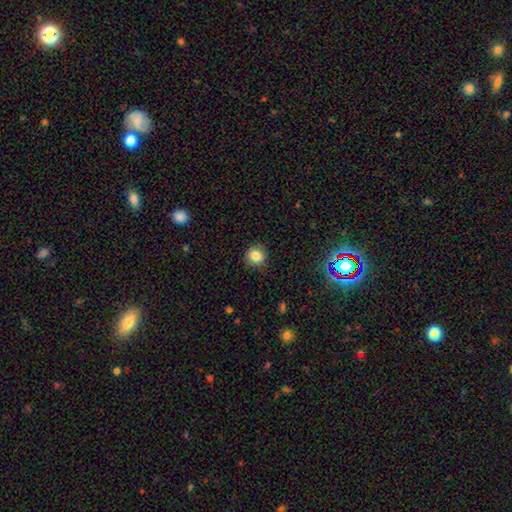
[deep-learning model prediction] smooth-or-featured: smooth: 84% | star or artifact: 11% | featured or disk: 6%
  how-rounded: round: 88% | in between: 11% | cigar-shaped: 1%
  merging: none: 87% | minor disturbance: 9% | major disturbance: 2% | merger: 1%